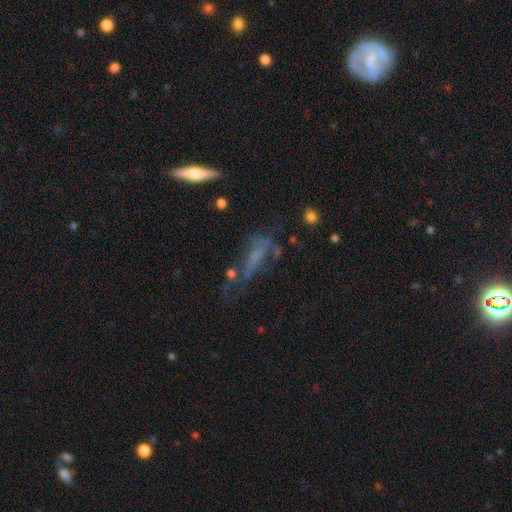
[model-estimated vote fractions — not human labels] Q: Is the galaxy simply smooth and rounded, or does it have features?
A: featured or disk — 48%.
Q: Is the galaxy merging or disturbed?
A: none — 41%.